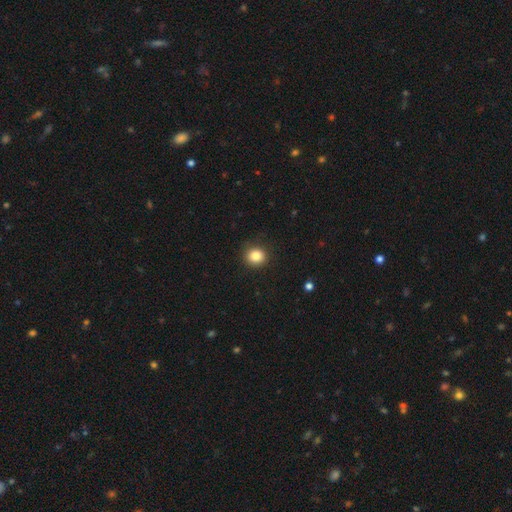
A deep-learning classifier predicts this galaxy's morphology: smooth-or-featured: smooth: 84% | star or artifact: 10% | featured or disk: 5%
  how-rounded: round: 85% | in between: 14% | cigar-shaped: 1%
  merging: none: 89% | minor disturbance: 8% | major disturbance: 2% | merger: 1%